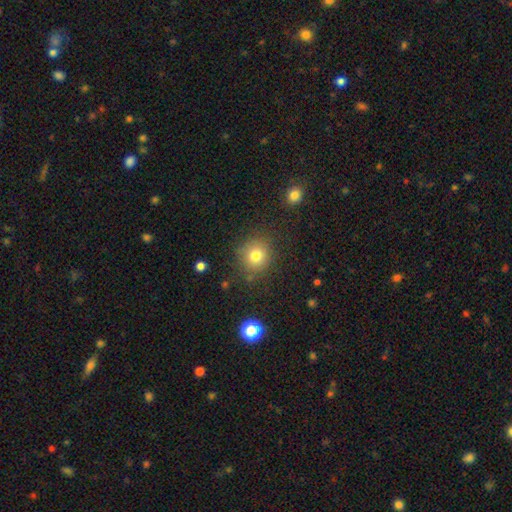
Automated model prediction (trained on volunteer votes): Smooth or featured?
  - smooth: 79% *
  - star or artifact: 13%
  - featured or disk: 9%
How rounded?
  - round: 88% *
  - in between: 11%
  - cigar-shaped: 1%
Merging?
  - none: 81% *
  - minor disturbance: 12%
  - major disturbance: 4%
  - merger: 3%